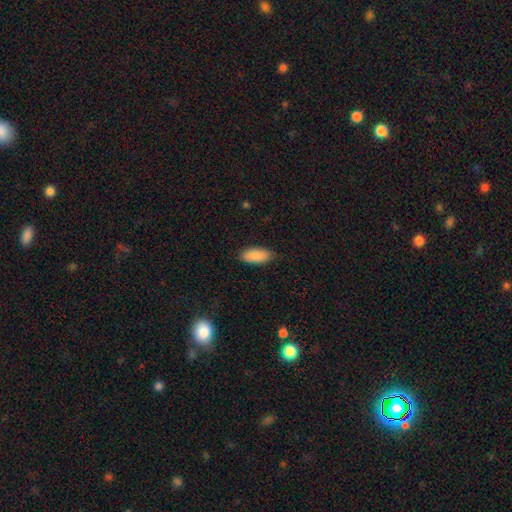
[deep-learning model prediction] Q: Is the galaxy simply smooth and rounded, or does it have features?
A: smooth — 89%.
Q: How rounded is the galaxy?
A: in between — 88%.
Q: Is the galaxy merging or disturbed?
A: none — 81%.